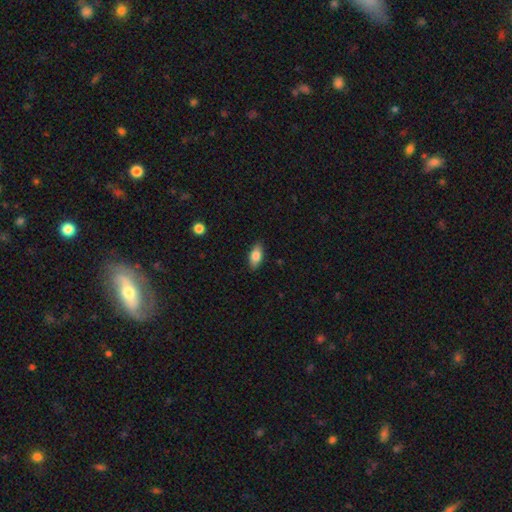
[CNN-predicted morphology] Smooth or featured? Predicted: smooth (p=0.80). How rounded? Predicted: in between (p=0.86). Merging? Predicted: none (p=0.87).